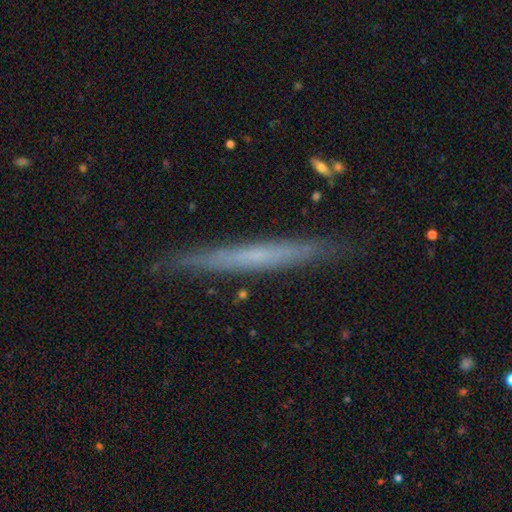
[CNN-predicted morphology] Smooth or featured? Predicted: featured or disk (p=0.54). Edge-on disk? Predicted: yes (p=0.96). Edge-on bulge? Predicted: none (p=0.85). Merging? Predicted: none (p=0.89).